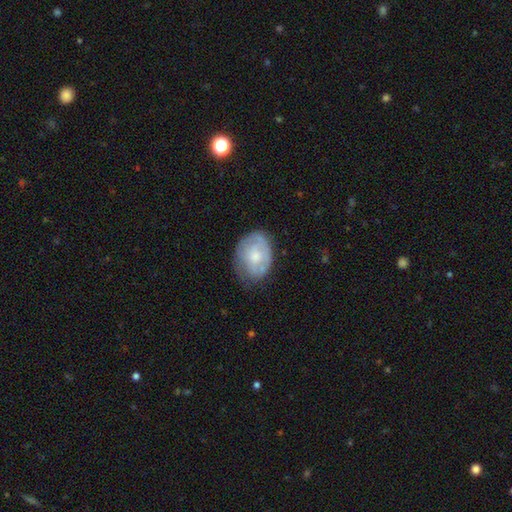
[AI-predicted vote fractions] This is possibly a featured or disk galaxy (49%). Merging: likely none (62%).